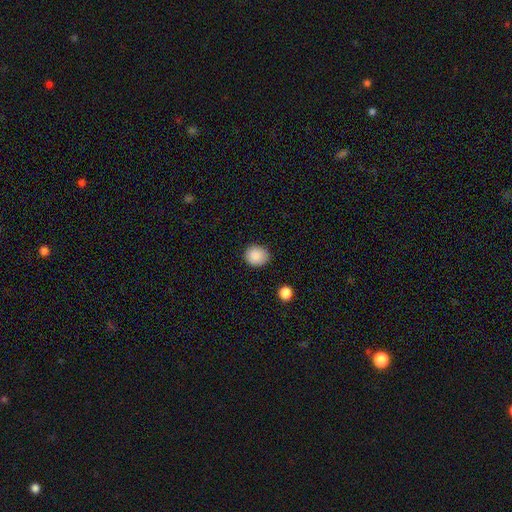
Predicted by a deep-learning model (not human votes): The model was most divided on "how rounded": round: 70%, in between: 29%, cigar-shaped: 1%. More confident: smooth or featured — smooth (88%); merging — none (82%).